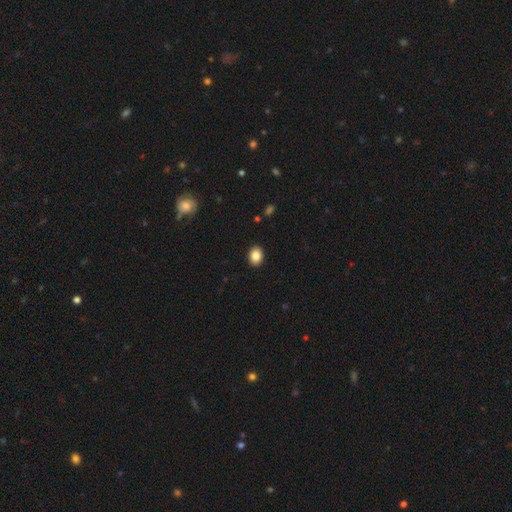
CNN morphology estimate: A smooth galaxy with no disk features (85%) that is in between round and cigar-shaped (59%). Merging: none (91%).